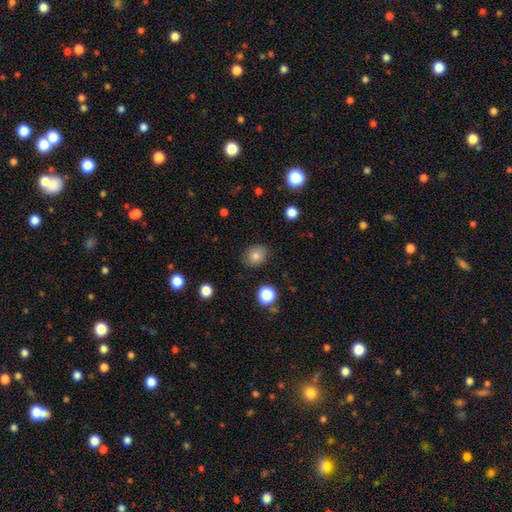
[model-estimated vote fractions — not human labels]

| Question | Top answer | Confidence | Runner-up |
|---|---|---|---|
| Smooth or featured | smooth | 80% | star or artifact (11%) |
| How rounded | round | 64% | in between (35%) |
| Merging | none | 85% | minor disturbance (10%) |